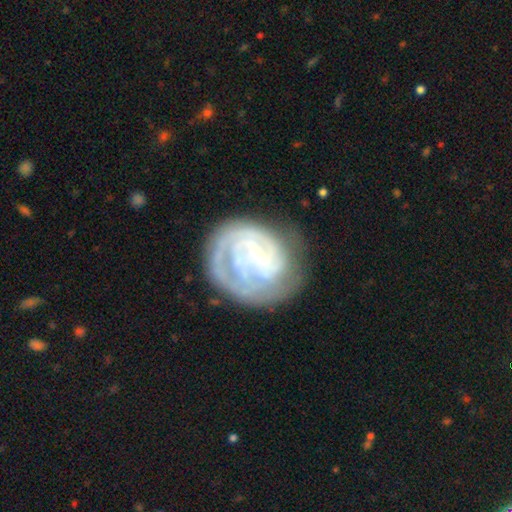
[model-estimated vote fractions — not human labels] The model was most divided on "bar": weak: 43%, no: 36%, strong: 21%. Remaining: edge-on disk — no (98%); spiral arms — yes (89%); smooth or featured — featured or disk (78%); spiral winding — tight (70%); merging — none (62%); bulge size — small (56%); spiral arm count — can't tell (39%).